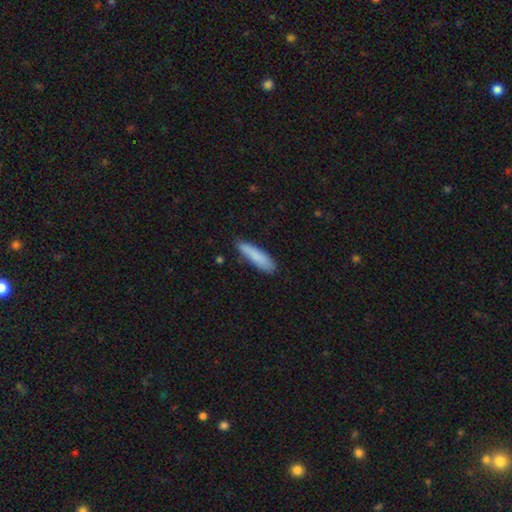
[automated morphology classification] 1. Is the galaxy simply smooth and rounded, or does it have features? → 84% smooth, 10% featured or disk, 6% star or artifact.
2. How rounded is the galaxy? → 78% cigar-shaped, 21% in between, 1% round.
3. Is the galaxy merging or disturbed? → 77% none, 18% minor disturbance, 3% major disturbance, 2% merger.